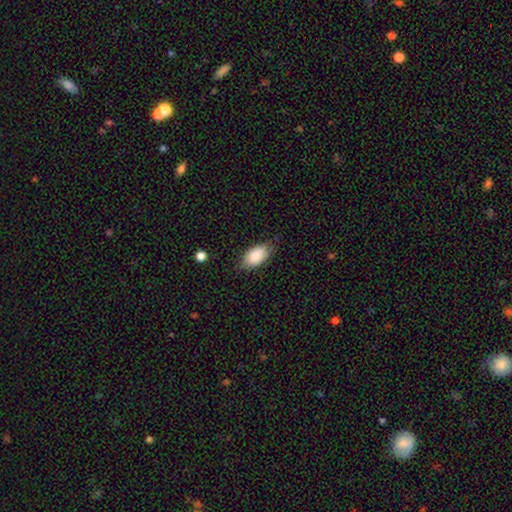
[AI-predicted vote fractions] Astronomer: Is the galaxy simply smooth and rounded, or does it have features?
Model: smooth — 88%.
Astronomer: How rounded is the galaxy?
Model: in between — 93%.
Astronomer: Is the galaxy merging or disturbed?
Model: none — 75%.